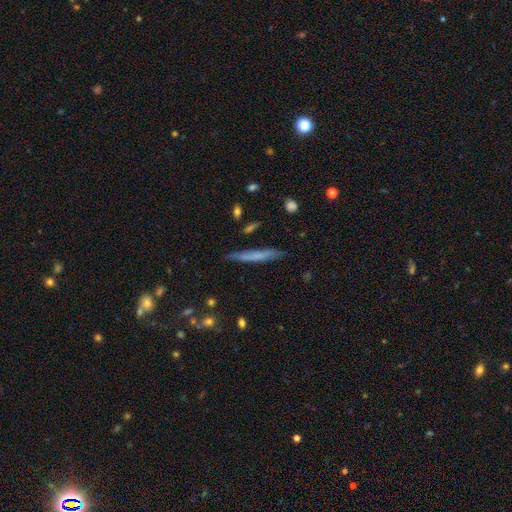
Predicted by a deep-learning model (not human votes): Morphology: type=smooth (58%); roundness=cigar-shaped (94%); merging=none (82%).